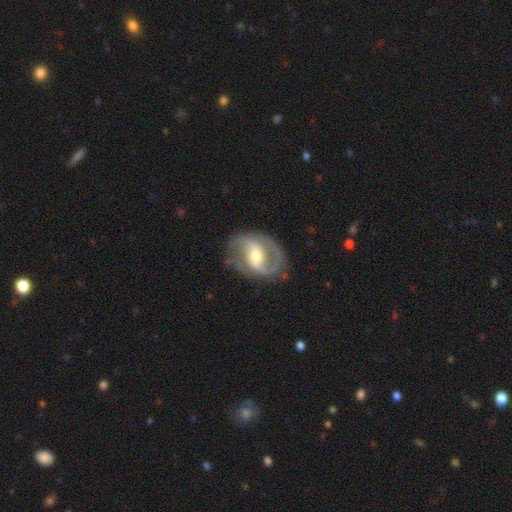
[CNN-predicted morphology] smooth_or_featured: featured or disk (p=0.86) [alt: smooth p=0.09]
disk_edge_on: no (p=0.97) [alt: yes p=0.03]
bar: weak (p=0.45) [alt: strong p=0.33]
has_spiral_arms: yes (p=0.94) [alt: no p=0.06]
spiral_winding: medium (p=0.53) [alt: loose p=0.25]
spiral_arm_count: 2 (p=0.85) [alt: 1 p=0.06]
bulge_size: moderate (p=0.62) [alt: small p=0.28]
merging: none (p=0.74) [alt: minor disturbance p=0.16]